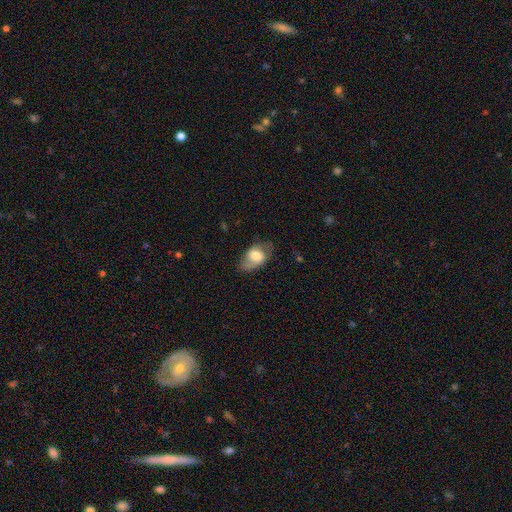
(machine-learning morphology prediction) smooth 65%, featured or disk 28%, star or artifact 7%. Down the decision tree: how rounded — in between (85%); merging — none (53%).